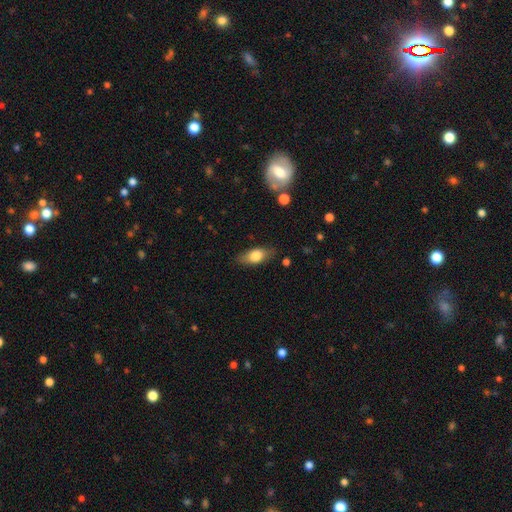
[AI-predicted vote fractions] Smooth or featured? smooth (73%)
How rounded? in between (83%)
Merging? none (80%)